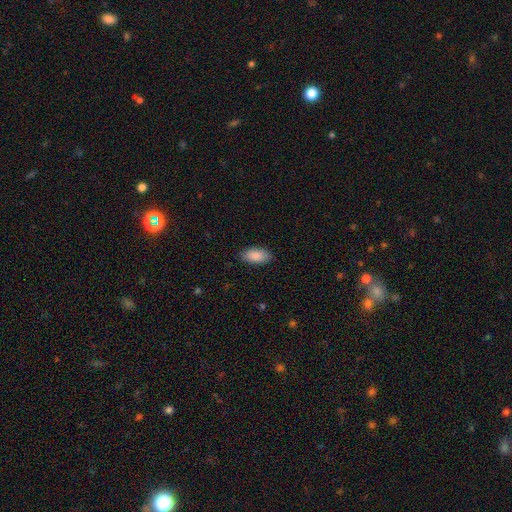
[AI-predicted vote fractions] Smooth or featured?
  - smooth: 89% *
  - star or artifact: 6%
  - featured or disk: 5%
How rounded?
  - in between: 93% *
  - cigar-shaped: 5%
  - round: 2%
Merging?
  - none: 88% *
  - minor disturbance: 9%
  - major disturbance: 2%
  - merger: 1%